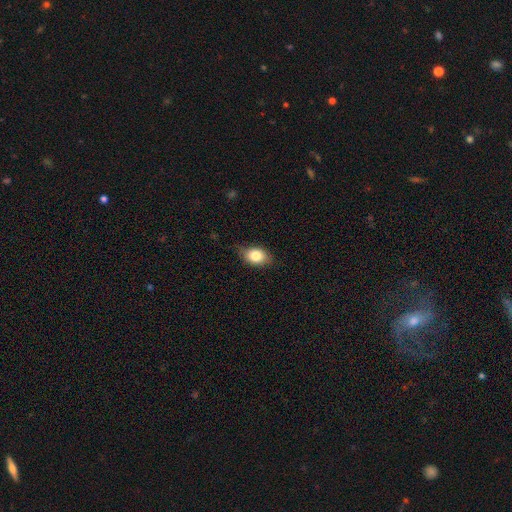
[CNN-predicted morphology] A smooth galaxy with no disk features (82%) that is in between round and cigar-shaped (80%). Merging: none (75%).